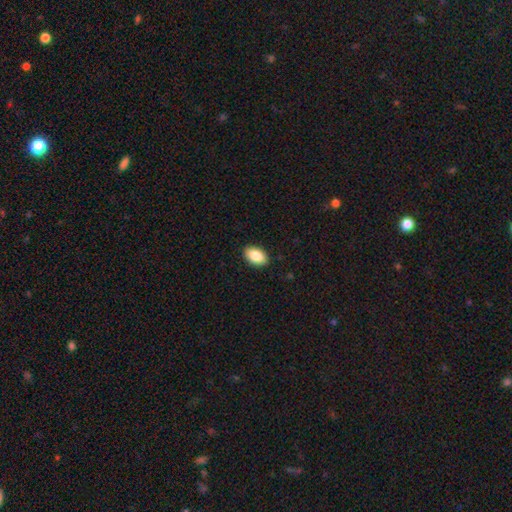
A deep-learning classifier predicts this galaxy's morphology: Smooth or featured: smooth — 87% (star or artifact — 7%)
How rounded: in between — 93% (round — 6%)
Merging: none — 90% (minor disturbance — 7%)